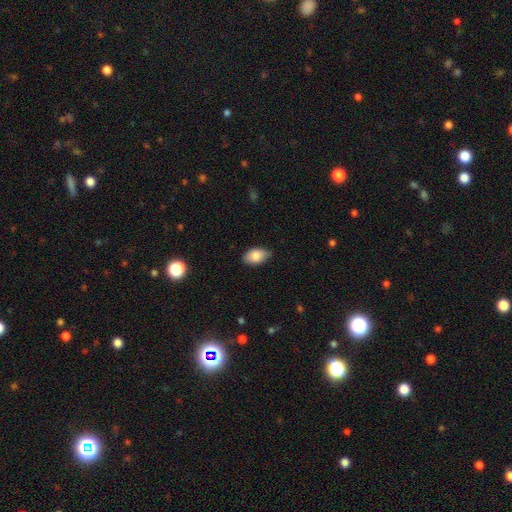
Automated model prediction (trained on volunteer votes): Smooth or featured? Predicted: smooth (p=0.85). How rounded? Predicted: in between (p=0.92). Merging? Predicted: none (p=0.79).